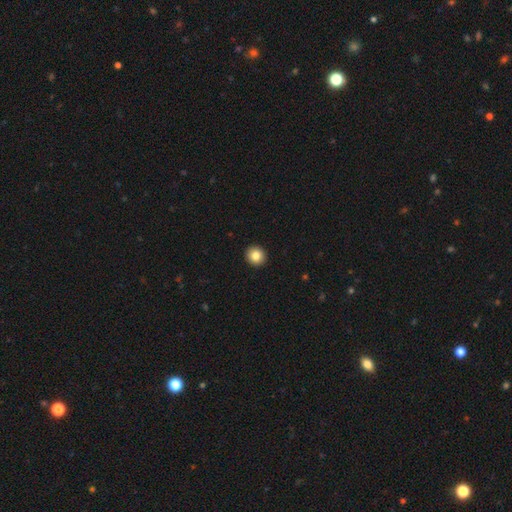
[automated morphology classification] smooth-or-featured: smooth: 84% | star or artifact: 9% | featured or disk: 7%
  how-rounded: round: 93% | in between: 6% | cigar-shaped: 1%
  merging: none: 94% | minor disturbance: 4% | major disturbance: 1% | merger: 1%